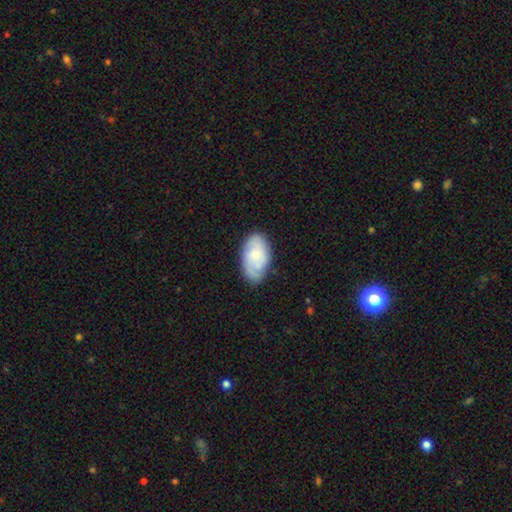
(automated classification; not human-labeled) Smooth or featured?
  - smooth: 49% *
  - featured or disk: 45%
  - star or artifact: 6%
Merging?
  - none: 71% *
  - minor disturbance: 23%
  - major disturbance: 5%
  - merger: 2%